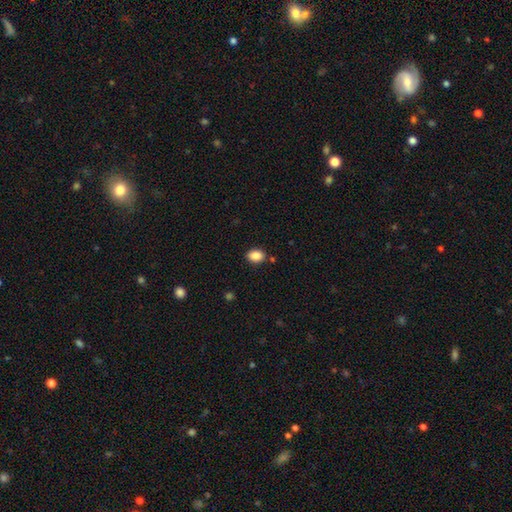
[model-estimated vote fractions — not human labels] Q: Smooth or featured?
A: smooth (88%); runner-up: star or artifact (9%)
Q: How rounded?
A: in between (74%); runner-up: round (24%)
Q: Merging?
A: none (83%); runner-up: minor disturbance (11%)